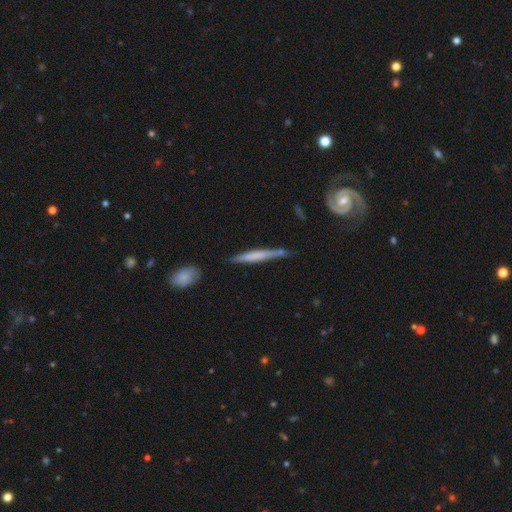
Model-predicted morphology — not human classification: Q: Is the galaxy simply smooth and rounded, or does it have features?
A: smooth — 53%.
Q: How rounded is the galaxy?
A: cigar-shaped — 94%.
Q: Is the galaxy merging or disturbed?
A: none — 68%.